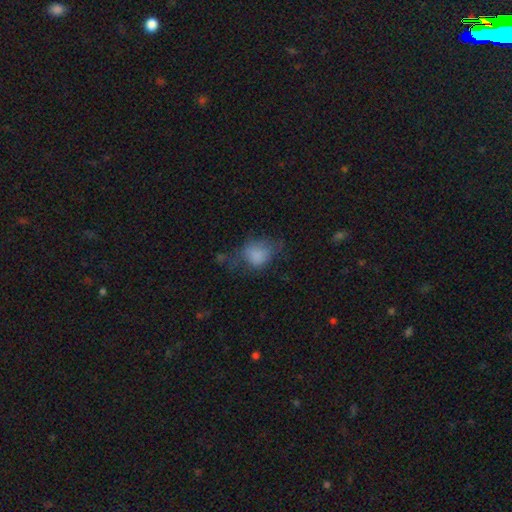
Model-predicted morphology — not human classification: This is likely a smooth galaxy (75%). How rounded: possibly round (52%). Merging: marginally none (42%).